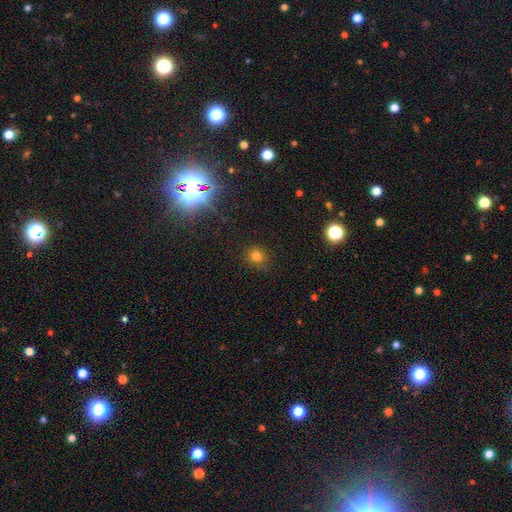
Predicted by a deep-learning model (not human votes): Smooth or featured?
  - smooth: 75% *
  - star or artifact: 19%
  - featured or disk: 6%
How rounded?
  - round: 88% *
  - in between: 11%
  - cigar-shaped: 1%
Merging?
  - none: 86% *
  - minor disturbance: 9%
  - major disturbance: 3%
  - merger: 2%